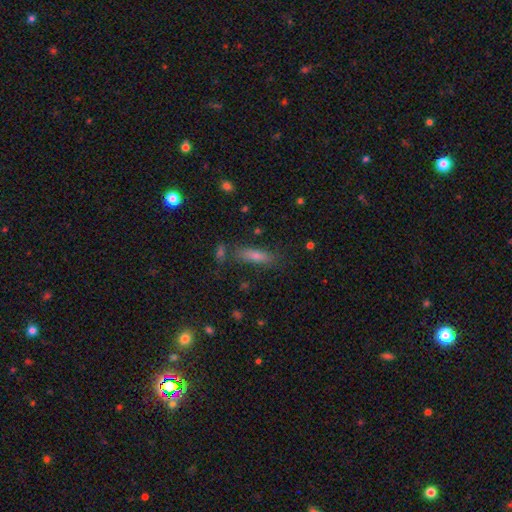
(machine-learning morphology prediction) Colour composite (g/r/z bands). It shows a smooth galaxy with no disk features (63%) that is cigar-shaped (63%). Merging: none (76%).